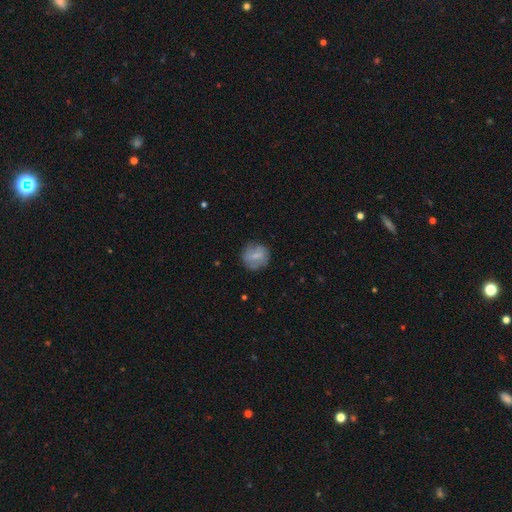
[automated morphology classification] This is likely a smooth galaxy (65%). How rounded: clearly round (85%). Merging: likely none (78%).